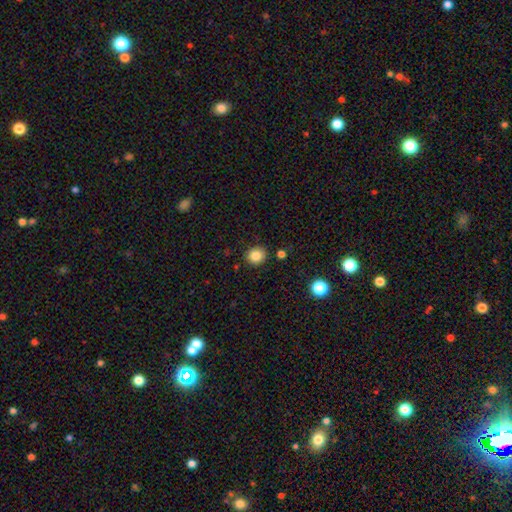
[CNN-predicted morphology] This appears to be a smooth galaxy with no disk features (85%) that is round (83%). Merging: none (87%).